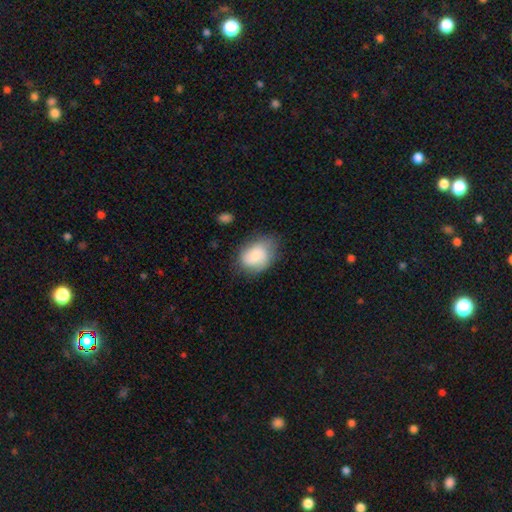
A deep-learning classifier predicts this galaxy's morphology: type=smooth (71%); roundness=in between (68%); merging=none (61%).